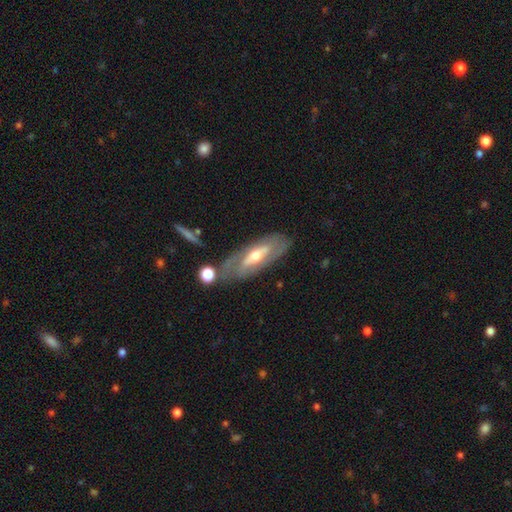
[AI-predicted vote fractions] Smooth or featured? Predicted: featured or disk (p=0.69). Edge-on disk? Predicted: no (p=0.76). Bar? Predicted: no (p=0.37). Spiral arms? Predicted: yes (p=0.57). Bulge size? Predicted: moderate (p=0.66). Merging? Predicted: none (p=0.69).